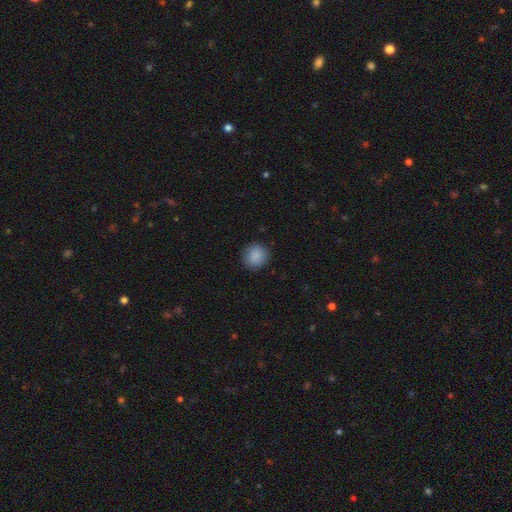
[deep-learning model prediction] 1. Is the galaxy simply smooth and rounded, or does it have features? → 88% smooth, 8% star or artifact, 3% featured or disk.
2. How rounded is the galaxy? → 88% round, 11% in between, 1% cigar-shaped.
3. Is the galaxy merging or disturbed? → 89% none, 8% minor disturbance, 2% major disturbance, 1% merger.